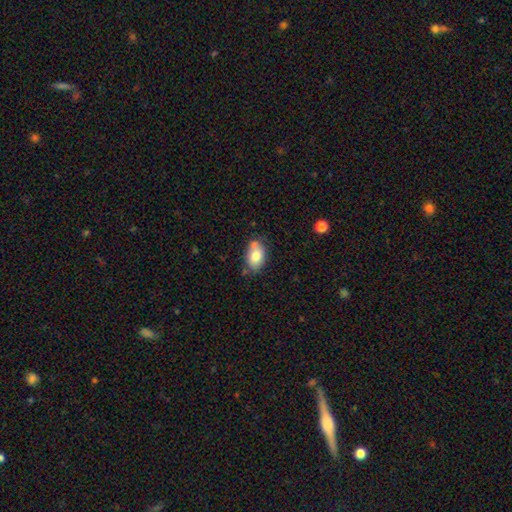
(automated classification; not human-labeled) The model was most divided on "merging": none: 57%, minor disturbance: 21%, merger: 18%, major disturbance: 5%. More confident: how rounded — in between (84%); smooth or featured — smooth (78%).